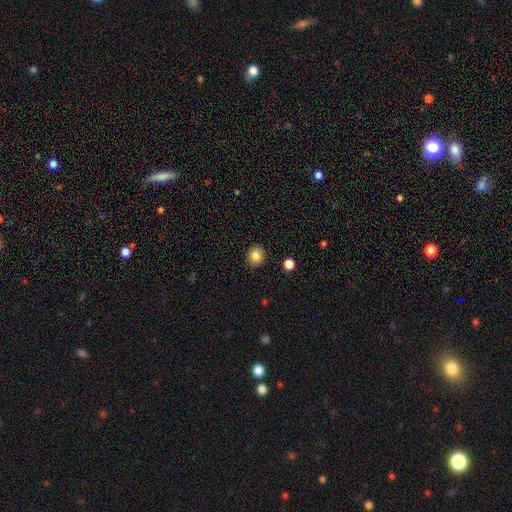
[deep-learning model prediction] Smooth or featured: smooth — 85% (star or artifact — 10%)
How rounded: round — 76% (in between — 23%)
Merging: none — 90% (minor disturbance — 7%)